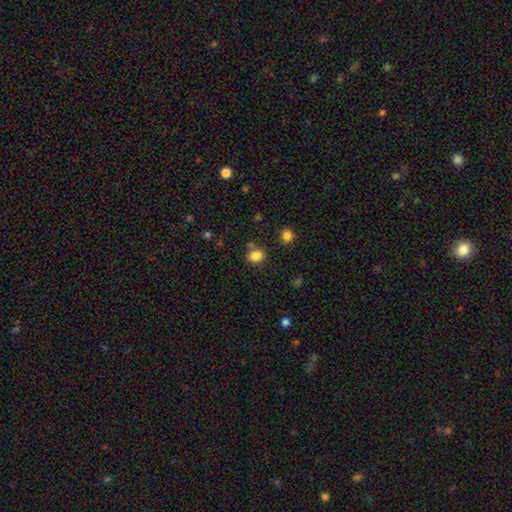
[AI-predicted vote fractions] This appears to be a smooth galaxy with no disk features (83%) that is round (57%). Merging: none (73%).